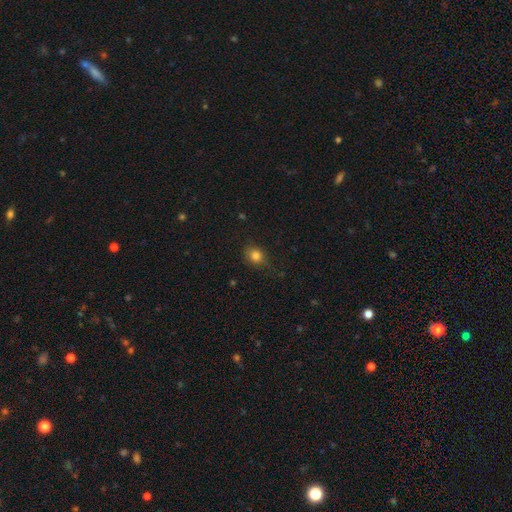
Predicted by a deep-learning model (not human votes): Morphology: type=smooth (81%); roundness=round (67%); merging=none (73%).